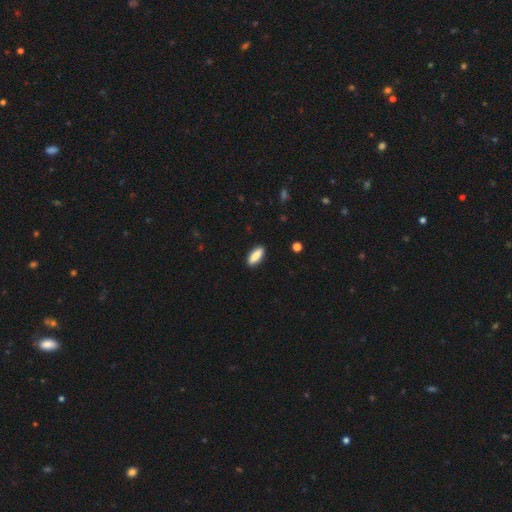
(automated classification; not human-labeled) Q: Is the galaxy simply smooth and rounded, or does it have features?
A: smooth — 88%.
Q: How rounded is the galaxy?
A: in between — 70%.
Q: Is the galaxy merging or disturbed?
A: none — 89%.